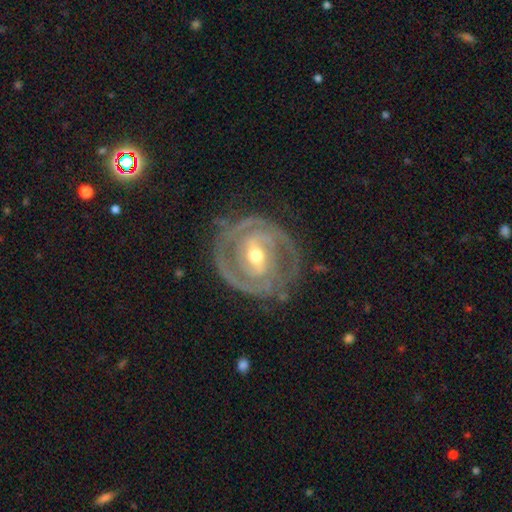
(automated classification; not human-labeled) Smooth or featured? Predicted: featured or disk (p=0.90). Edge-on disk? Predicted: no (p=0.97). Bar? Predicted: weak (p=0.42). Spiral arms? Predicted: yes (p=0.94). Spiral winding? Predicted: tight (p=0.71). Spiral arm count? Predicted: 2 (p=0.60). Bulge size? Predicted: moderate (p=0.66). Merging? Predicted: none (p=0.76).